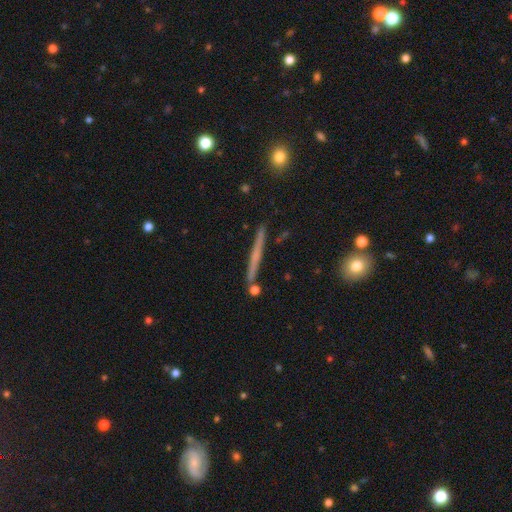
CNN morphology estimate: Smooth or featured? Predicted: featured or disk (p=0.57). Edge-on disk? Predicted: yes (p=0.97). Edge-on bulge? Predicted: none (p=0.72). Merging? Predicted: none (p=0.88).